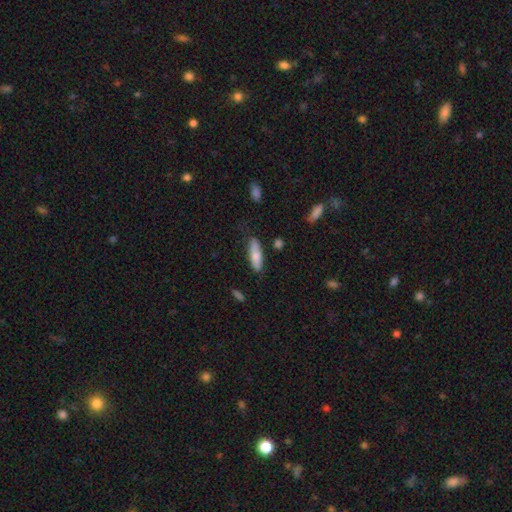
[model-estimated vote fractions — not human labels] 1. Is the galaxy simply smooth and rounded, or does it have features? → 77% smooth, 17% featured or disk, 6% star or artifact.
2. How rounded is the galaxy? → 53% cigar-shaped, 45% in between, 2% round.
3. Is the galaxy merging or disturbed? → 78% none, 16% minor disturbance, 3% major disturbance, 3% merger.